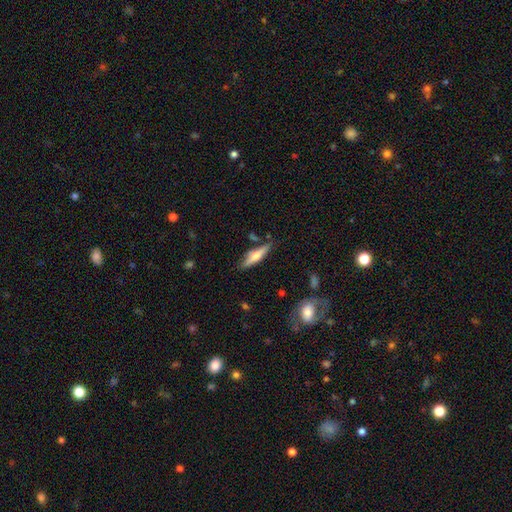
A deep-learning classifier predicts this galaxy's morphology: type=featured or disk (49%); merging=none (80%).